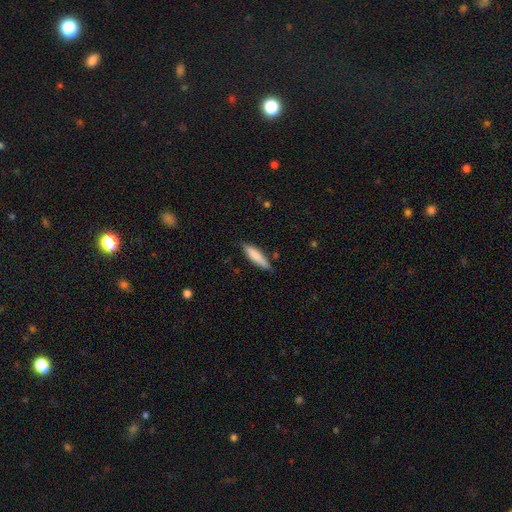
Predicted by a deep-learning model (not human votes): Smooth or featured: smooth — 80% (featured or disk — 14%)
How rounded: cigar-shaped — 76% (in between — 23%)
Merging: none — 81% (minor disturbance — 15%)